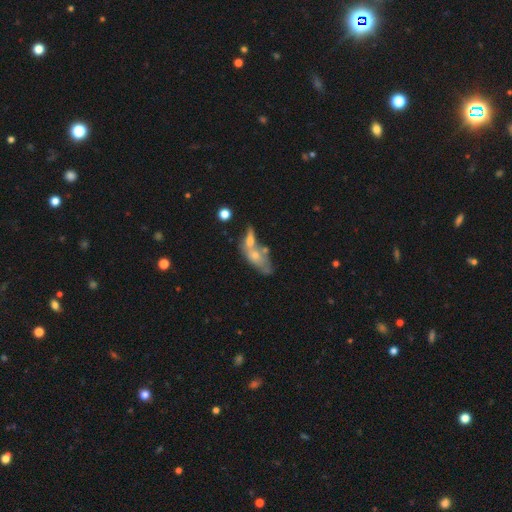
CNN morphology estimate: Smooth or featured?
  - smooth: 50% *
  - featured or disk: 41%
  - star or artifact: 9%
Merging?
  - merger: 55% *
  - none: 22%
  - minor disturbance: 12%
  - major disturbance: 11%